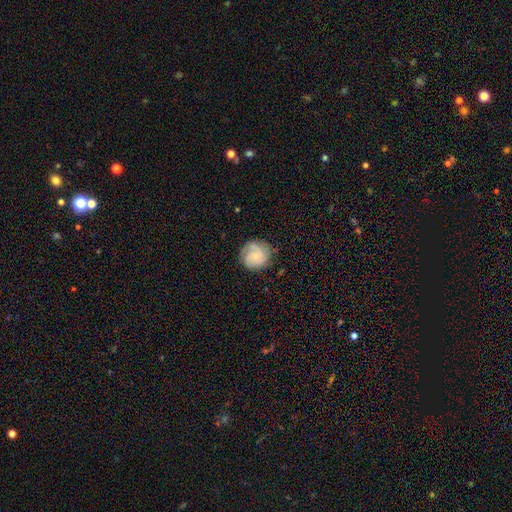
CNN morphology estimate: featured or disk 61%, smooth 31%, star or artifact 8%. Down the decision tree: edge-on disk — no (98%); bar — no (73%); spiral arms — yes (92%); spiral arm count — 2 (28%); spiral winding — tight (59%); bulge size — small (65%); merging — none (74%).